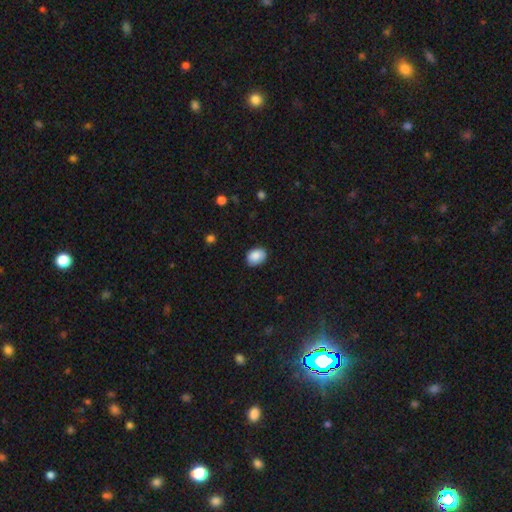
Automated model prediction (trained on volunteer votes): A smooth galaxy with no disk features (88%) that is in between round and cigar-shaped (72%). Merging: none (85%).